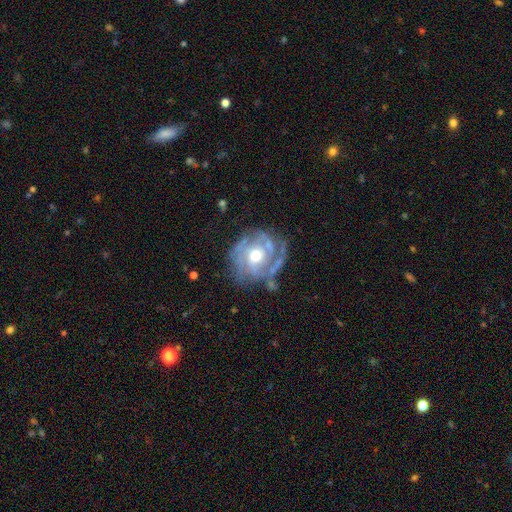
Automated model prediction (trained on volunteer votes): Smooth or featured? featured or disk (83%)
Edge-on disk? no (97%)
Bar? no (77%)
Spiral arms? yes (88%)
Spiral winding? tight (59%)
Spiral arm count? can't tell (33%)
Bulge size? moderate (73%)
Merging? none (58%)